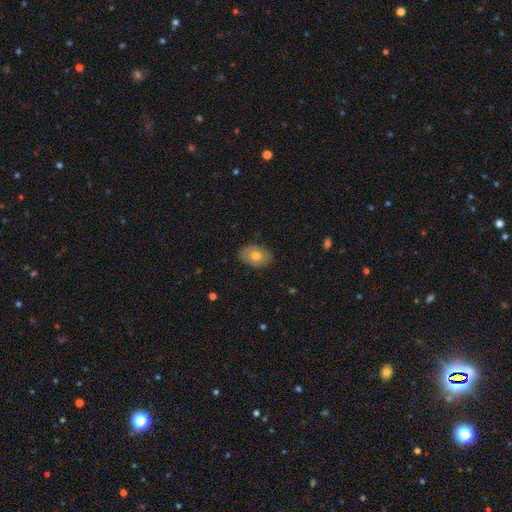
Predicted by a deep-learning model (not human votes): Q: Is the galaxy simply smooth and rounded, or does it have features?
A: smooth — 68%.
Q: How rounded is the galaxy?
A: in between — 86%.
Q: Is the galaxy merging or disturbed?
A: none — 85%.